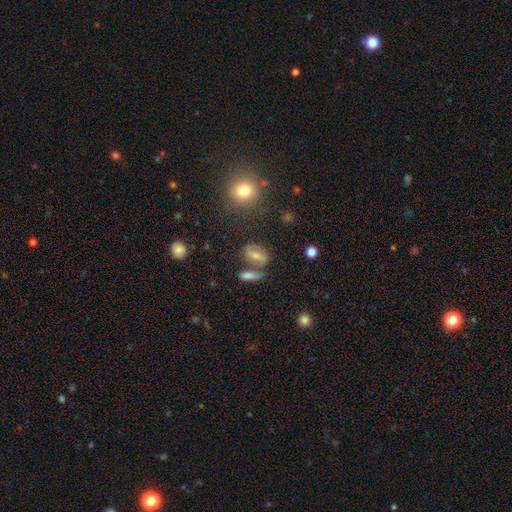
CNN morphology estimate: A smooth galaxy with no disk features (40%). Merging: none (60%).